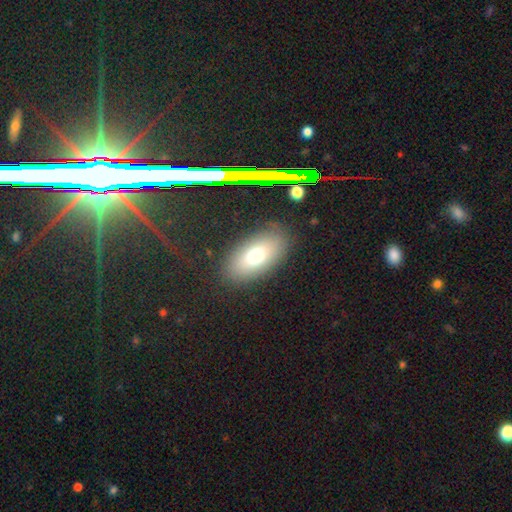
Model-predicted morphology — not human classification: type=smooth (71%); roundness=in between (90%); merging=none (84%).